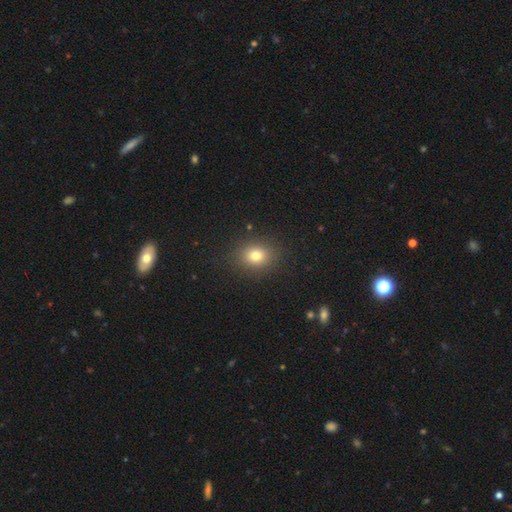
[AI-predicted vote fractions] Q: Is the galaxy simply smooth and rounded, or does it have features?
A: smooth — 78%.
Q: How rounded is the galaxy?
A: round — 58%.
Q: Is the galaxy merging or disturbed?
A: none — 88%.